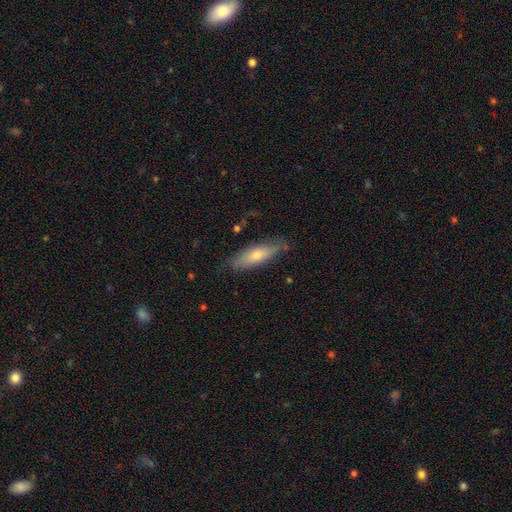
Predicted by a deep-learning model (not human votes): smooth-or-featured: smooth: 55% | featured or disk: 38% | star or artifact: 7%
  how-rounded: cigar-shaped: 71% | in between: 27% | round: 2%
  merging: none: 83% | minor disturbance: 13% | major disturbance: 2% | merger: 1%